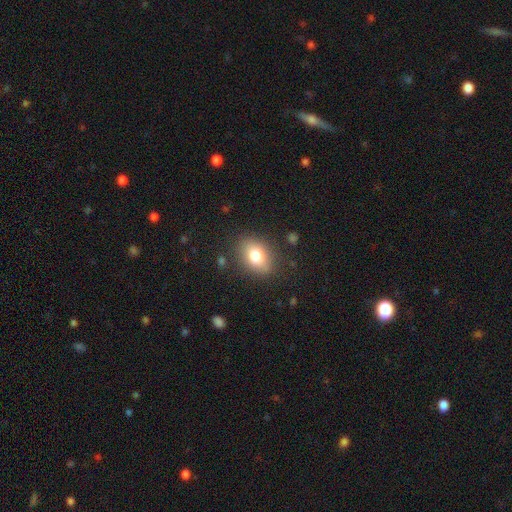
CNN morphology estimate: Smooth or featured?
  - smooth: 78% *
  - featured or disk: 13%
  - star or artifact: 9%
How rounded?
  - in between: 72% *
  - round: 26%
  - cigar-shaped: 2%
Merging?
  - none: 83% *
  - minor disturbance: 12%
  - major disturbance: 4%
  - merger: 2%